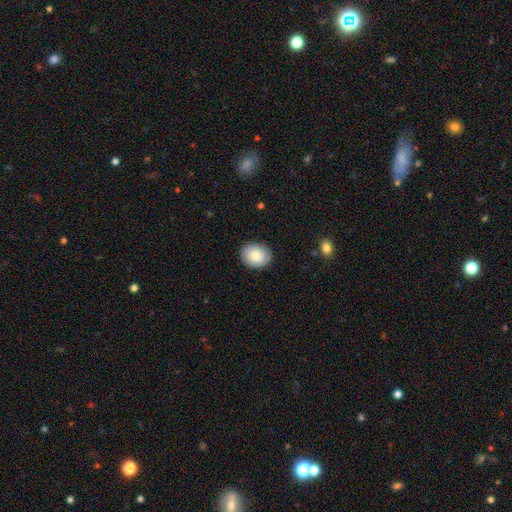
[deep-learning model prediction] This is clearly a smooth galaxy (82%). How rounded: possibly round (52%). Merging: clearly none (87%).